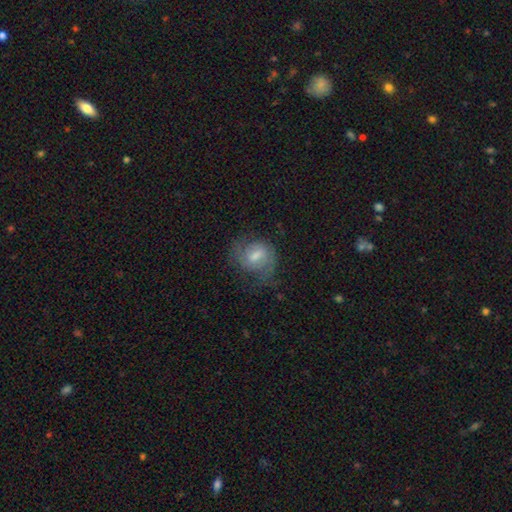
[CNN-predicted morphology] smooth-or-featured: featured or disk: 57% | smooth: 35% | star or artifact: 8%
  disk-edge-on: no: 96% | yes: 4%
    bar: weak: 58% | strong: 21% | no: 21%
    has-spiral-arms: yes: 84% | no: 16%
    bulge-size: moderate: 46% | small: 30% | none: 12% | large: 10% | dominant: 2%
  merging: none: 55% | minor disturbance: 24% | major disturbance: 18% | merger: 2%